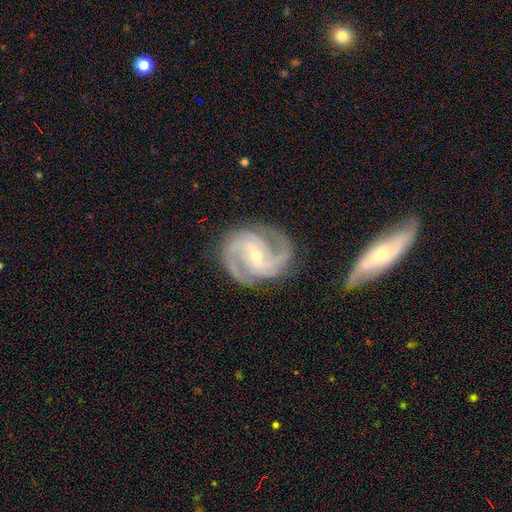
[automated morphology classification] This appears to be a featured or disk galaxy (93%) with a weak bar (45%), 2 (53%) medium (55%) spiral arms (99%) and a small central bulge (63%). Merging: none (79%).